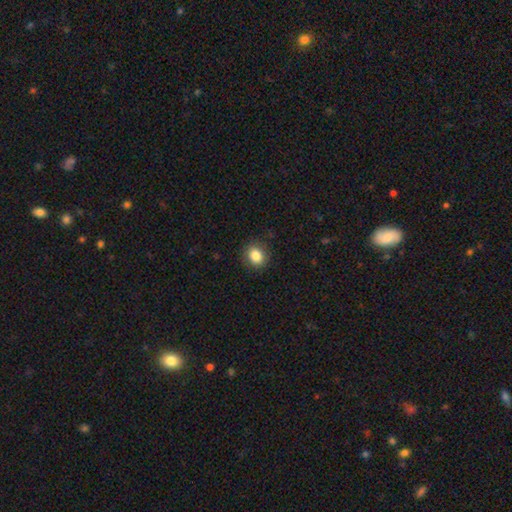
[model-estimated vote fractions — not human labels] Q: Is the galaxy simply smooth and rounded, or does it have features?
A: smooth — 85%.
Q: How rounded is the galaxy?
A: round — 72%.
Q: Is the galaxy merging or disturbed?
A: none — 88%.